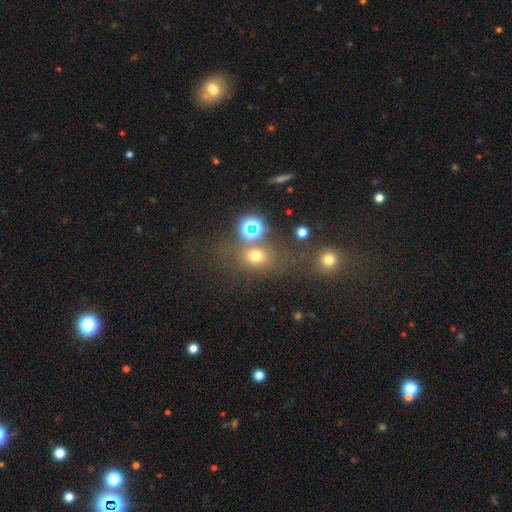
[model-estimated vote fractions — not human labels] This is likely a smooth galaxy (65%). How rounded: possibly round (53%). Merging: likely none (63%).